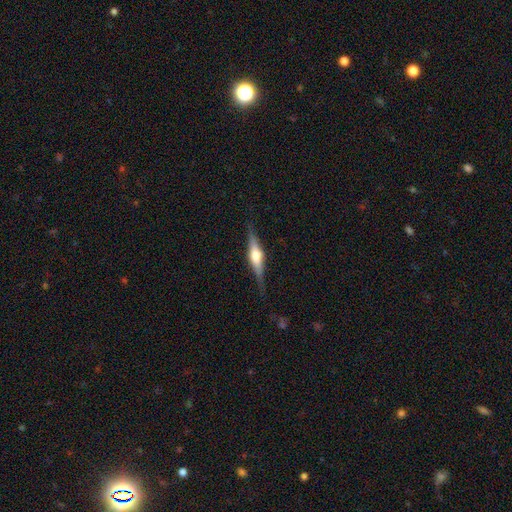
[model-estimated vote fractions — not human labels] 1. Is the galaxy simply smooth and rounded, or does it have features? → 72% featured or disk, 22% smooth, 6% star or artifact.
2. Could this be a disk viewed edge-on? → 97% yes, 3% no.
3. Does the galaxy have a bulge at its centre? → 87% rounded, 10% boxy, 3% none.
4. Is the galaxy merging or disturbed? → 84% none, 12% minor disturbance, 3% major disturbance, 1% merger.